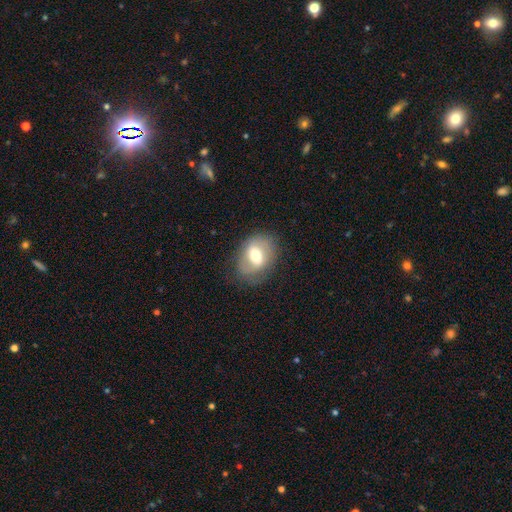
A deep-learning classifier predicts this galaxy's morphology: This appears to be a smooth galaxy with no disk features (50%) that is in between round and cigar-shaped (66%). Merging: none (72%).